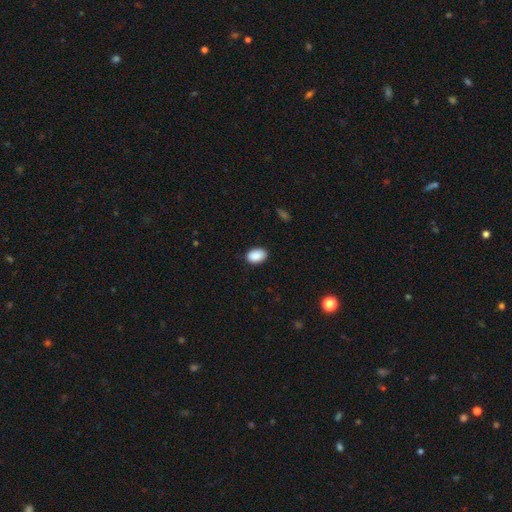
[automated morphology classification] A smooth galaxy with no disk features (90%) that is in between round and cigar-shaped (85%).

Vote fractions:
- Smooth or featured? smooth: 90% / star or artifact: 7% / featured or disk: 3%
- How rounded? in between: 85% / round: 14% / cigar-shaped: 1%
- Merging? none: 86% / minor disturbance: 11% / major disturbance: 2% / merger: 1%